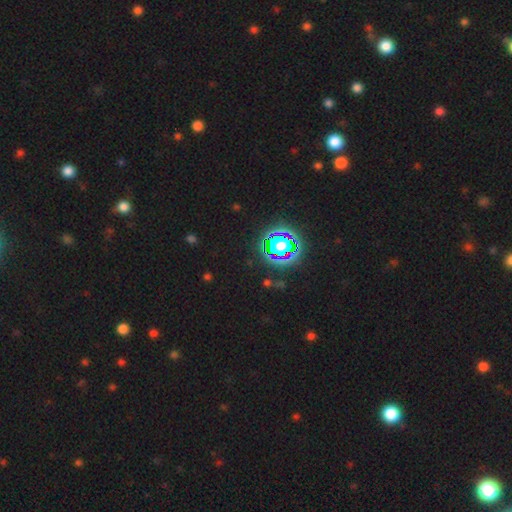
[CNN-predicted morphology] Q: Smooth or featured?
A: star or artifact (79%); runner-up: smooth (14%)